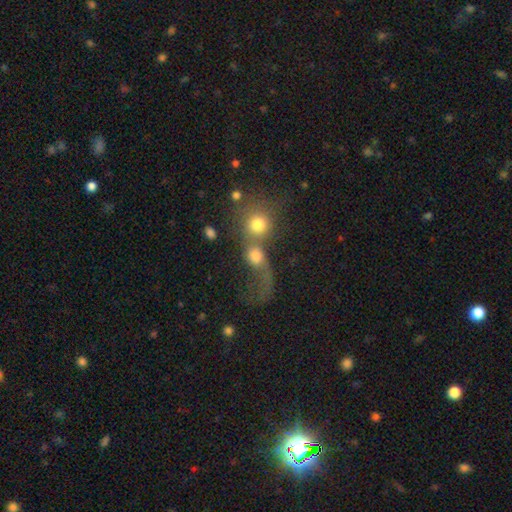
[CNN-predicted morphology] Q: Smooth or featured?
A: smooth (60%); runner-up: featured or disk (25%)
Q: How rounded?
A: round (72%); runner-up: in between (25%)
Q: Merging?
A: merger (65%); runner-up: major disturbance (16%)